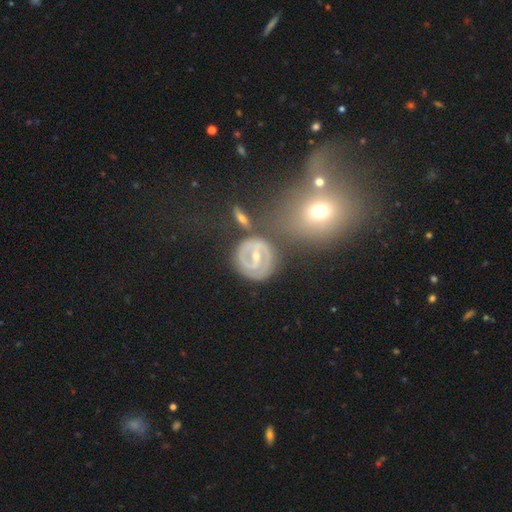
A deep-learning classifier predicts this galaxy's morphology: Smooth or featured? Predicted: featured or disk (p=0.73). Edge-on disk? Predicted: no (p=0.95). Bar? Predicted: weak (p=0.40). Spiral arms? Predicted: yes (p=0.70). Bulge size? Predicted: small (p=0.58). Merging? Predicted: none (p=0.70).